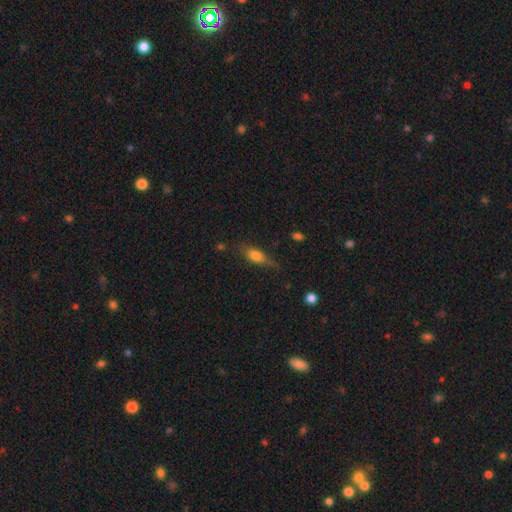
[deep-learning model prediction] Smooth or featured: smooth — 72% (featured or disk — 18%)
How rounded: in between — 69% (cigar-shaped — 25%)
Merging: none — 57% (minor disturbance — 29%)